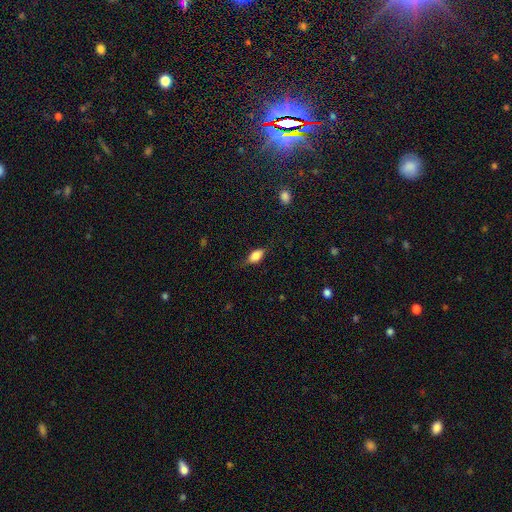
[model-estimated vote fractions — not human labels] The model was most divided on "merging": none: 67%, minor disturbance: 24%, major disturbance: 8%, merger: 1%. More confident: how rounded — in between (85%); smooth or featured — smooth (78%).